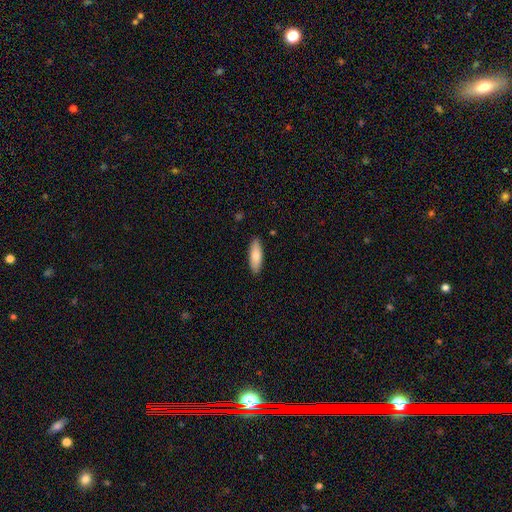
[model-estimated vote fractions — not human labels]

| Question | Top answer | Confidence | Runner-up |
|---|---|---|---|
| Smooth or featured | smooth | 83% | featured or disk (12%) |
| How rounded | in between | 60% | cigar-shaped (39%) |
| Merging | none | 89% | minor disturbance (8%) |